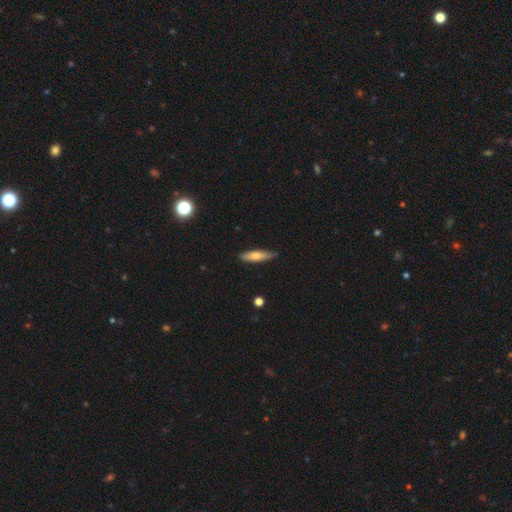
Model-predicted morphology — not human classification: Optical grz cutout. It shows a smooth galaxy with no disk features (64%) that is cigar-shaped (73%). Merging: none (79%).